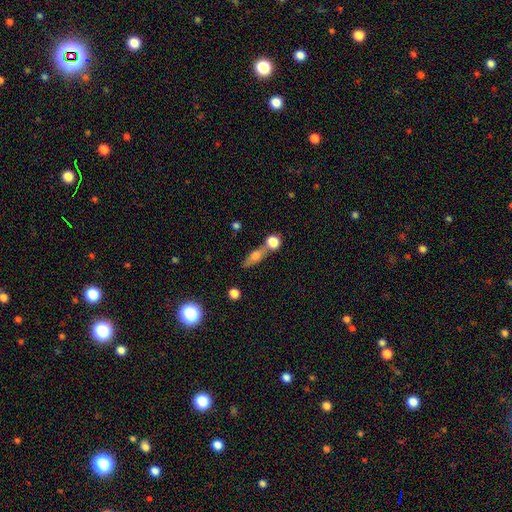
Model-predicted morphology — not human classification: Smooth or featured: smooth — 61% (featured or disk — 28%)
How rounded: in between — 53% (cigar-shaped — 34%)
Merging: none — 57% (merger — 24%)